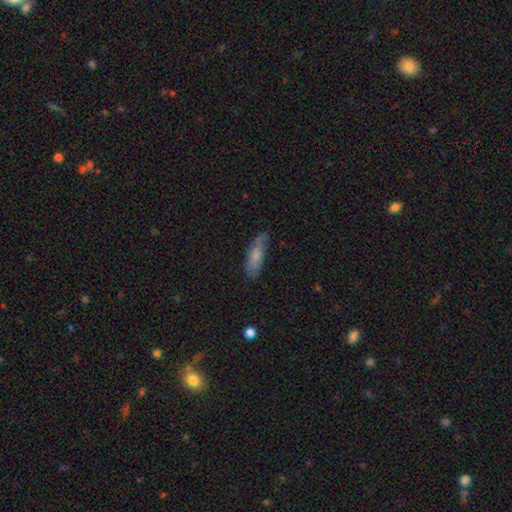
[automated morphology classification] A smooth galaxy with no disk features (73%) that is in between round and cigar-shaped (52%). Merging: none (64%).